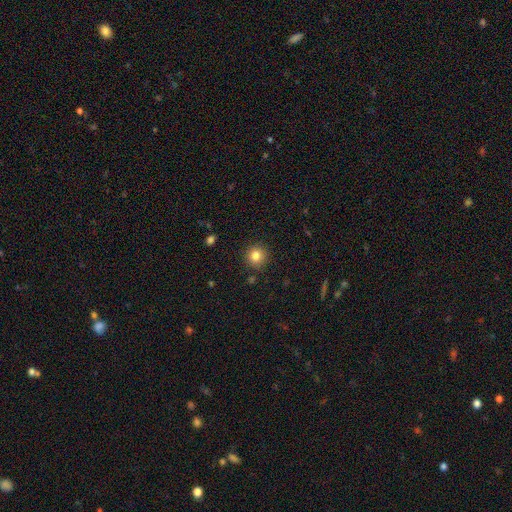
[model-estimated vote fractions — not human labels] A smooth galaxy with no disk features (82%) that is round (94%). Merging: none (90%).